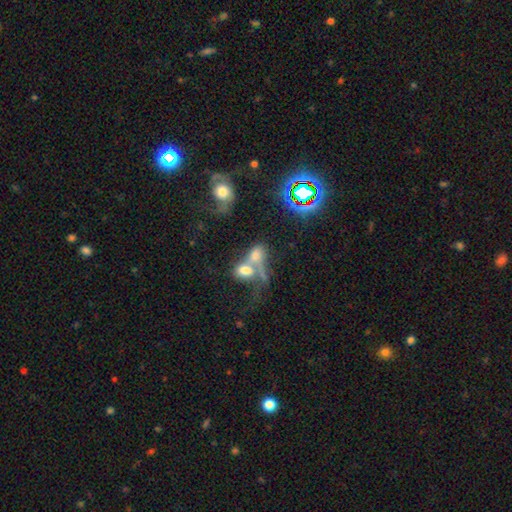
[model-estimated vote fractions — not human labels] Overall: smooth (59%; featured or disk 25%). How rounded: in between (73%). Merging: merger (75%).